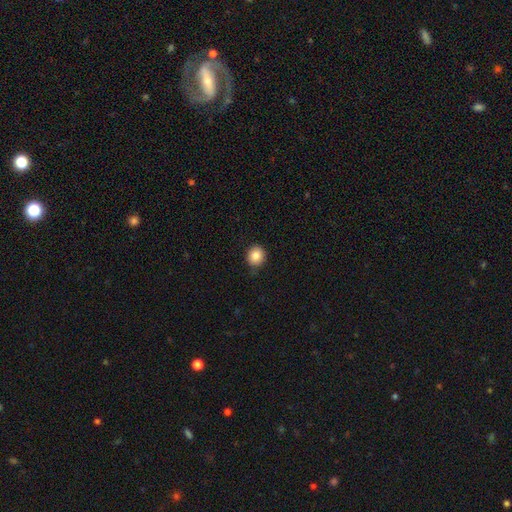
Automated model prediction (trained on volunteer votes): Q: Smooth or featured?
A: smooth (85%); runner-up: star or artifact (9%)
Q: How rounded?
A: round (85%); runner-up: in between (14%)
Q: Merging?
A: none (84%); runner-up: minor disturbance (12%)